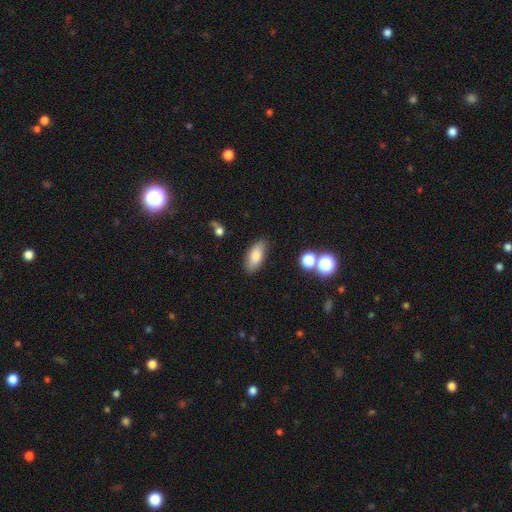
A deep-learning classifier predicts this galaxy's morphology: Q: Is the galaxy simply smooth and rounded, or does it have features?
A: smooth — 79%.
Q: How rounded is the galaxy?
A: in between — 85%.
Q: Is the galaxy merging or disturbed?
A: none — 82%.